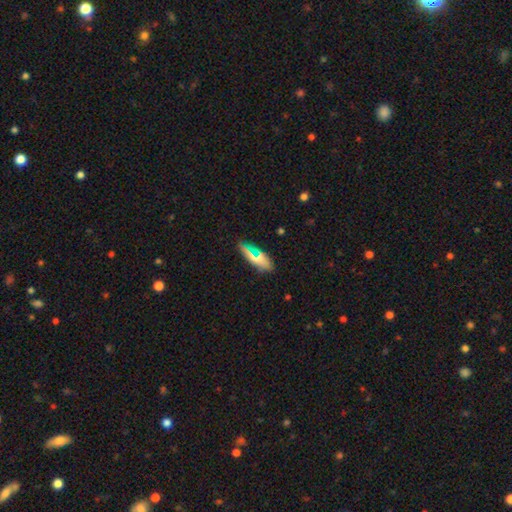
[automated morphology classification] smooth_or_featured: smooth (p=0.68) [alt: featured or disk p=0.18]
how_rounded: in between (p=0.67) [alt: cigar-shaped p=0.28]
merging: none (p=0.80) [alt: minor disturbance p=0.13]